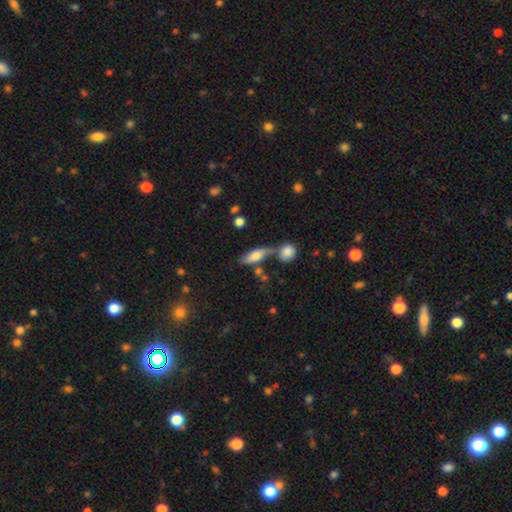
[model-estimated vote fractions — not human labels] A smooth galaxy with no disk features (66%) that is in between round and cigar-shaped (59%).

Vote fractions:
- Smooth or featured? smooth: 66% / featured or disk: 26% / star or artifact: 8%
- How rounded? in between: 59% / cigar-shaped: 36% / round: 5%
- Merging? none: 49% / merger: 27% / minor disturbance: 17% / major disturbance: 7%